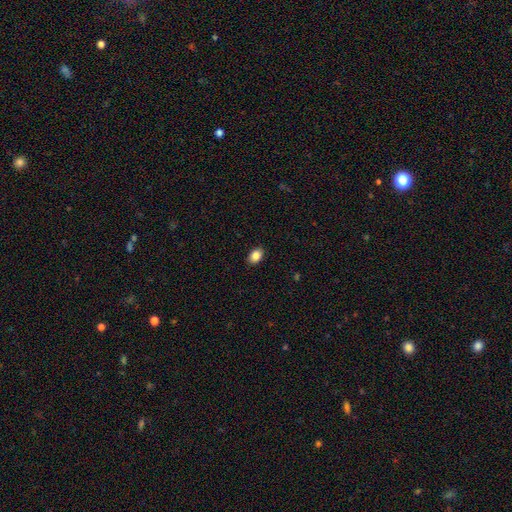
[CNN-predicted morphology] This appears to be a smooth galaxy with no disk features (86%) that is in between round and cigar-shaped (84%). Merging: none (90%).